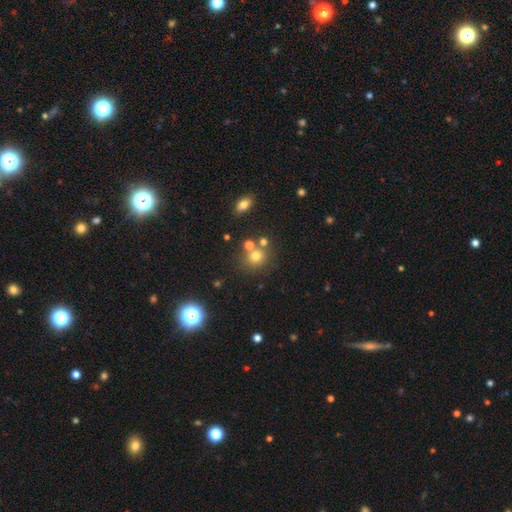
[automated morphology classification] The model was most divided on "merging": none: 63%, merger: 21%, minor disturbance: 11%, major disturbance: 5%. More confident: how rounded — round (81%); smooth or featured — smooth (72%).